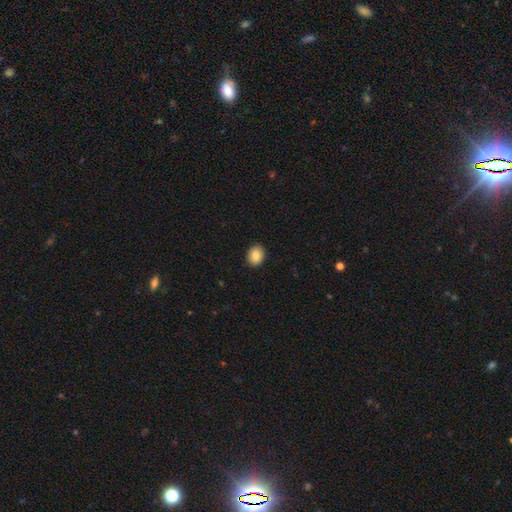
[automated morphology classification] Smooth or featured?
  - smooth: 86% *
  - star or artifact: 8%
  - featured or disk: 6%
How rounded?
  - in between: 53% *
  - round: 46%
  - cigar-shaped: 1%
Merging?
  - none: 91% *
  - minor disturbance: 7%
  - major disturbance: 2%
  - merger: 1%